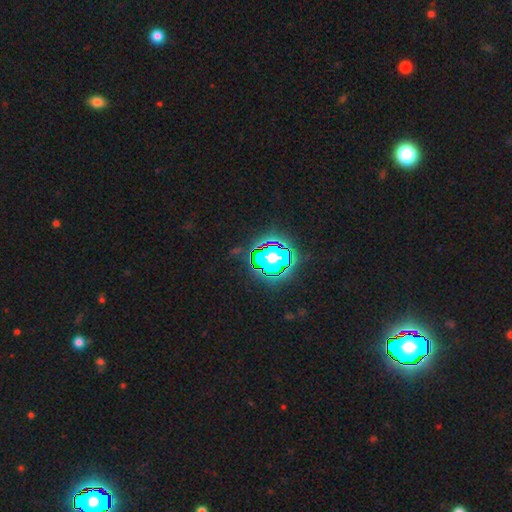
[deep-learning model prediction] Smooth or featured: star or artifact — 79% (smooth — 12%)